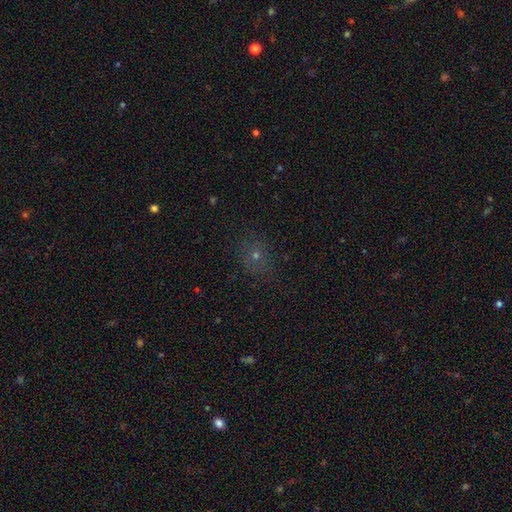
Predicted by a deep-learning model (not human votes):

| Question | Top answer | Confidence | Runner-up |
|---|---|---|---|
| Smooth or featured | smooth | 58% | star or artifact (27%) |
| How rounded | round | 72% | in between (27%) |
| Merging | none | 80% | minor disturbance (13%) |